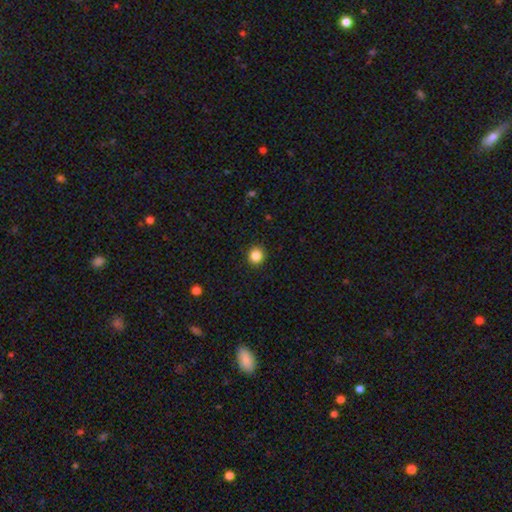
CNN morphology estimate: A smooth galaxy with no disk features (85%) that is round (93%).

Vote fractions:
- Smooth or featured? smooth: 85% / star or artifact: 11% / featured or disk: 4%
- How rounded? round: 93% / in between: 6% / cigar-shaped: 1%
- Merging? none: 93% / minor disturbance: 5% / major disturbance: 2% / merger: 1%